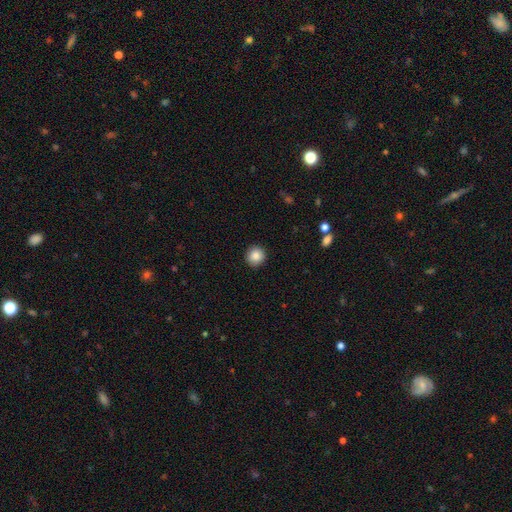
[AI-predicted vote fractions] Smooth or featured: smooth — 87% (star or artifact — 9%)
How rounded: round — 93% (in between — 6%)
Merging: none — 92% (minor disturbance — 6%)